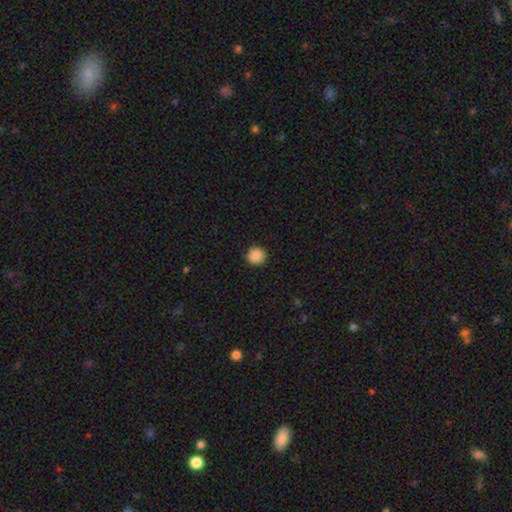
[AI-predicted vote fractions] Smooth or featured: smooth — 89% (star or artifact — 9%)
How rounded: round — 93% (in between — 6%)
Merging: none — 91% (minor disturbance — 6%)